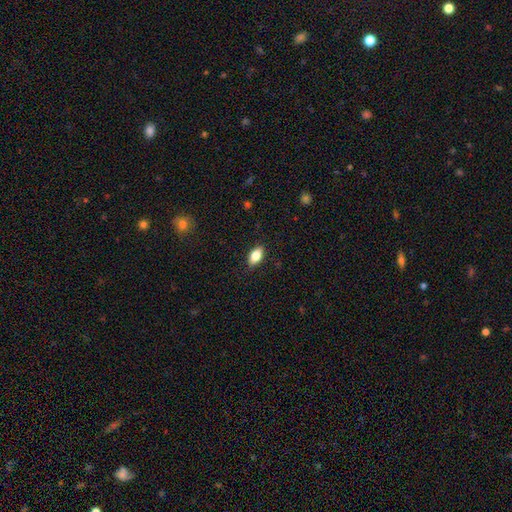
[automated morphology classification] The model was most divided on "smooth or featured": smooth: 79%, featured or disk: 13%, star or artifact: 8%. More confident: how rounded — in between (89%); merging — none (87%).